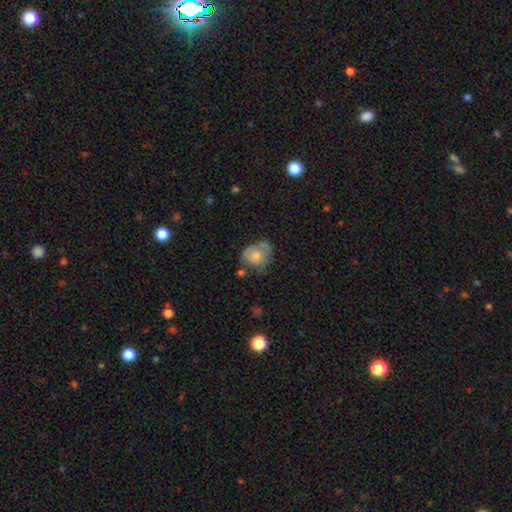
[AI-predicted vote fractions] Smooth or featured? Predicted: smooth (p=0.58). How rounded? Predicted: round (p=0.59). Merging? Predicted: none (p=0.45).